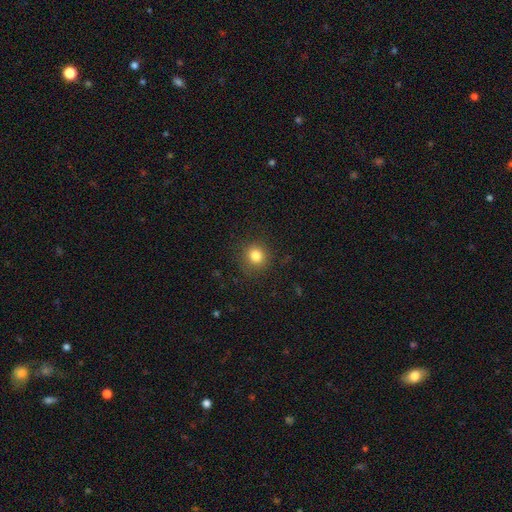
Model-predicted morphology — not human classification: Q: Smooth or featured?
A: smooth (82%); runner-up: star or artifact (12%)
Q: How rounded?
A: round (90%); runner-up: in between (9%)
Q: Merging?
A: none (88%); runner-up: minor disturbance (8%)